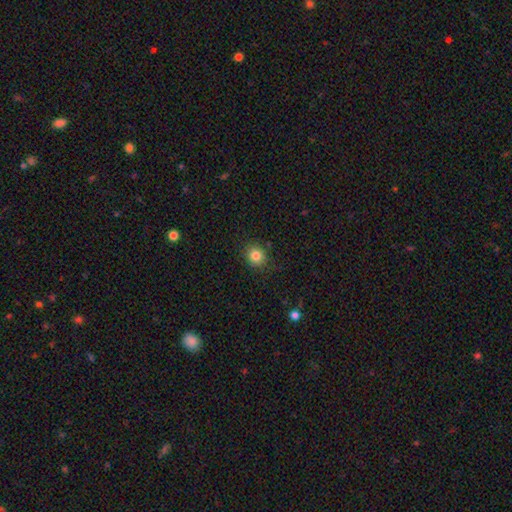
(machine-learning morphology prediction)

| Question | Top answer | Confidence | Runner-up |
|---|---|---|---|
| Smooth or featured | smooth | 83% | star or artifact (11%) |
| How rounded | round | 85% | in between (14%) |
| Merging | none | 86% | minor disturbance (10%) |